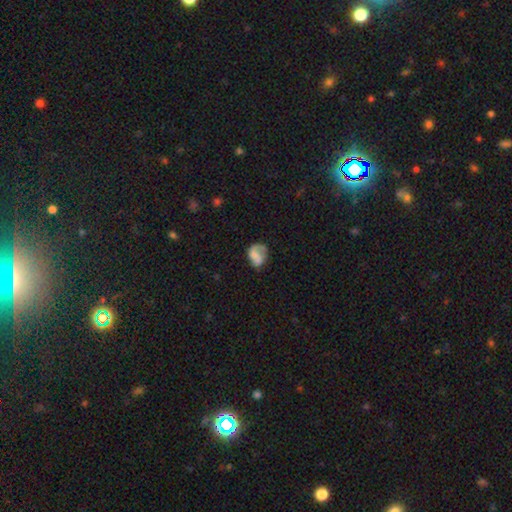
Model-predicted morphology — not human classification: smooth-or-featured: featured or disk: 46% (tied) | smooth: 46% (tied) | star or artifact: 8%
  merging: none: 49% | minor disturbance: 28% | major disturbance: 19% | merger: 4%